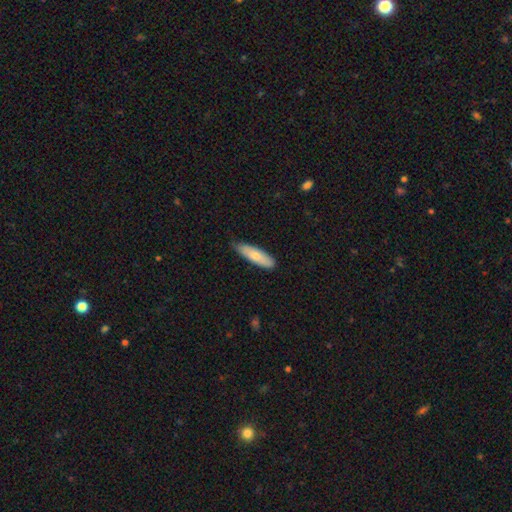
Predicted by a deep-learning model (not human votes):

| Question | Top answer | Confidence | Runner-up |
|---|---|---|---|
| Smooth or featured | smooth | 72% | featured or disk (22%) |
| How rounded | cigar-shaped | 51% | in between (47%) |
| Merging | none | 78% | minor disturbance (19%) |